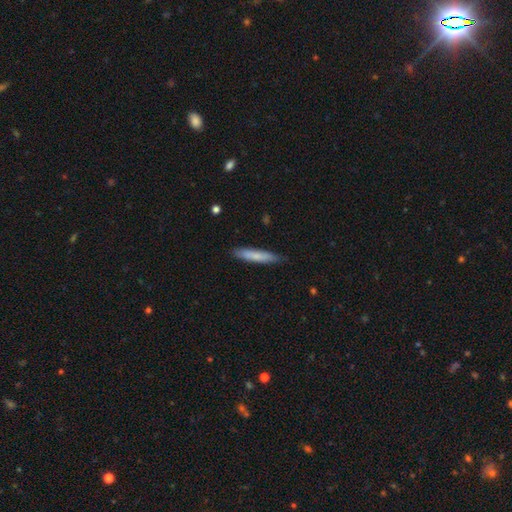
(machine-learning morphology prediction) Smooth or featured?
  - smooth: 75% *
  - featured or disk: 19%
  - star or artifact: 6%
How rounded?
  - cigar-shaped: 90% *
  - in between: 9%
  - round: 1%
Merging?
  - none: 85% *
  - minor disturbance: 12%
  - major disturbance: 2%
  - merger: 1%